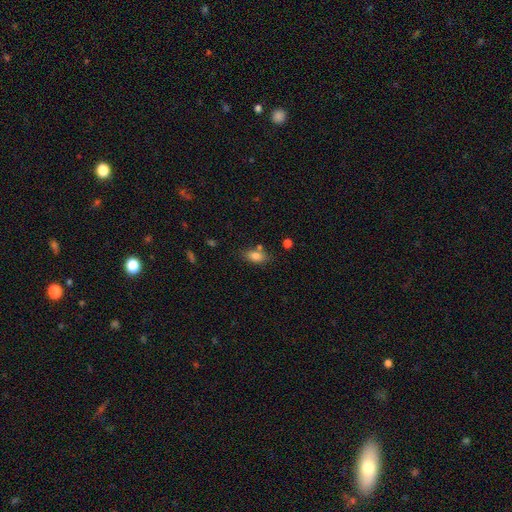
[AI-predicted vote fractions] Smooth or featured?
  - smooth: 83% *
  - star or artifact: 9%
  - featured or disk: 8%
How rounded?
  - in between: 86% *
  - round: 8%
  - cigar-shaped: 7%
Merging?
  - none: 69% *
  - minor disturbance: 16%
  - merger: 10%
  - major disturbance: 5%